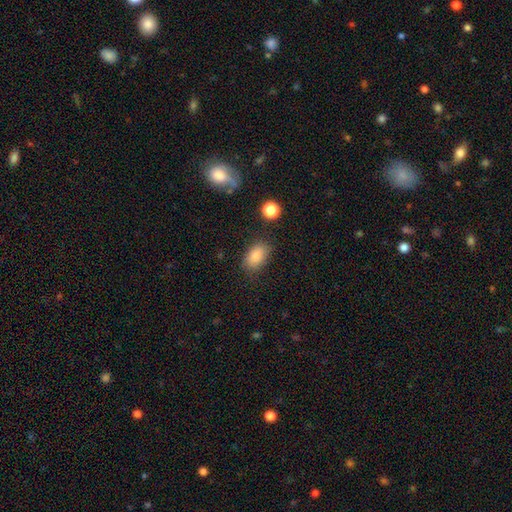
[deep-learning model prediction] smooth 84%, star or artifact 9%, featured or disk 7%. Down the decision tree: how rounded — in between (89%); merging — none (79%).